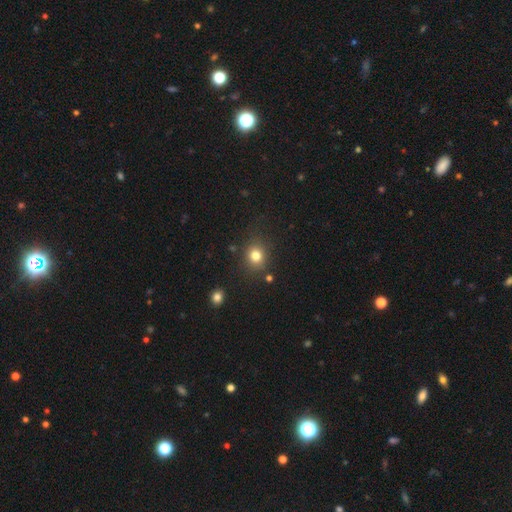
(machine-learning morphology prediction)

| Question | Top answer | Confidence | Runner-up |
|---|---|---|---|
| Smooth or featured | smooth | 79% | star or artifact (14%) |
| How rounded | round | 76% | in between (23%) |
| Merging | none | 83% | minor disturbance (10%) |